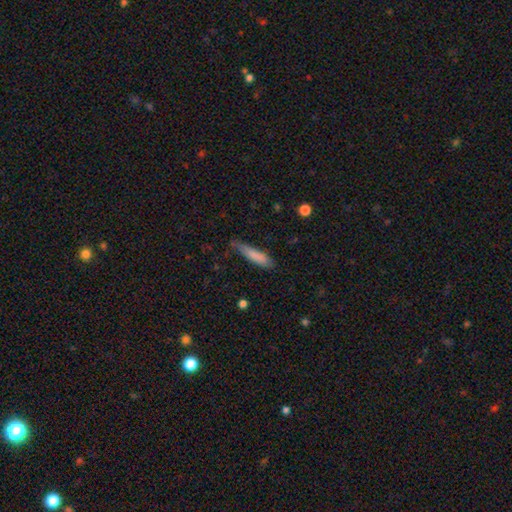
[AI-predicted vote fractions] smooth-or-featured: smooth: 81% | featured or disk: 12% | star or artifact: 6%
  how-rounded: cigar-shaped: 80% | in between: 19% | round: 1%
  merging: none: 60% | minor disturbance: 31% | major disturbance: 7% | merger: 2%